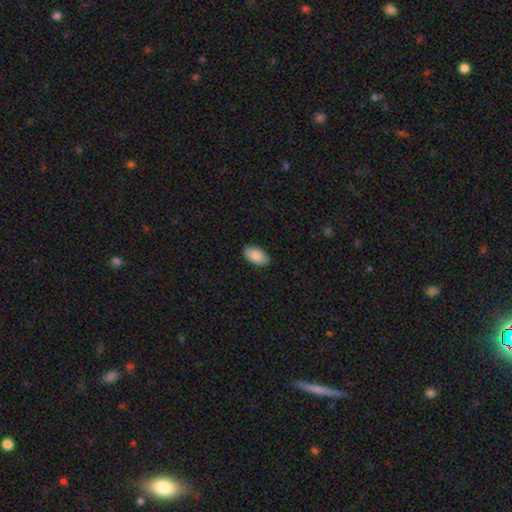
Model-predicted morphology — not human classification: smooth_or_featured: smooth (p=0.90) [alt: star or artifact p=0.06]
how_rounded: in between (p=0.95) [alt: round p=0.03]
merging: none (p=0.88) [alt: minor disturbance p=0.09]